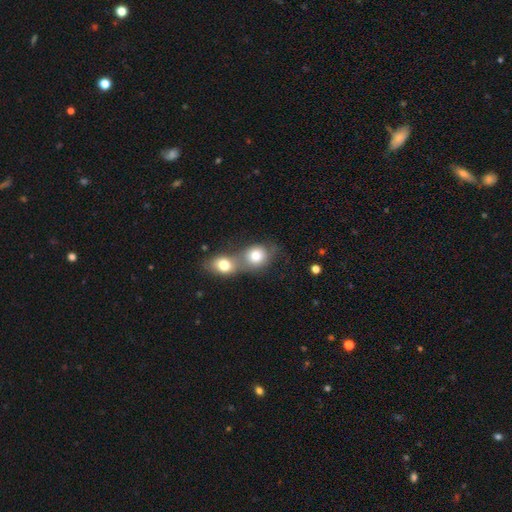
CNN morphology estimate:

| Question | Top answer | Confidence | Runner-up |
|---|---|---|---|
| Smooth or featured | smooth | 78% | featured or disk (13%) |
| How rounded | round | 66% | in between (32%) |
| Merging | merger | 69% | none (21%) |